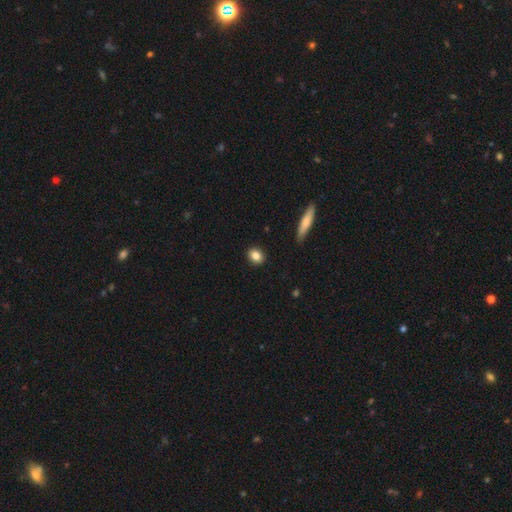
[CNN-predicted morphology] Smooth or featured: smooth — 85% (star or artifact — 9%)
How rounded: in between — 52% (round — 46%)
Merging: none — 90% (minor disturbance — 7%)